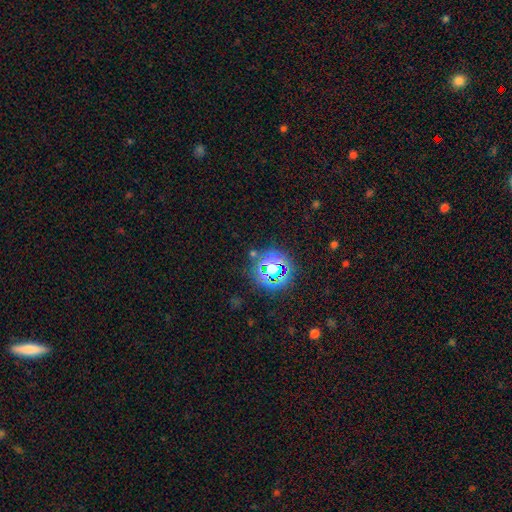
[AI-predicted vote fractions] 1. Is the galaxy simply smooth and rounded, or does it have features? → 70% star or artifact, 21% smooth, 9% featured or disk.